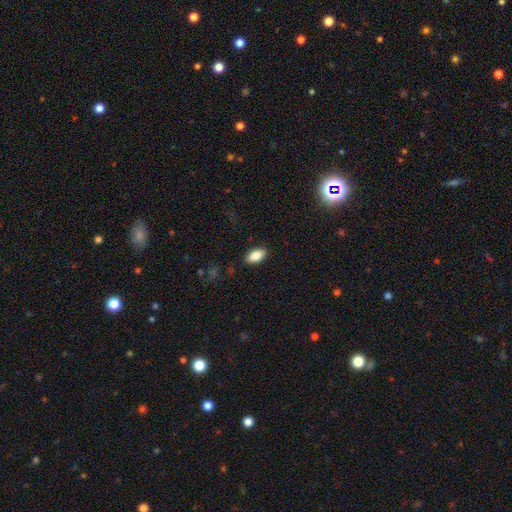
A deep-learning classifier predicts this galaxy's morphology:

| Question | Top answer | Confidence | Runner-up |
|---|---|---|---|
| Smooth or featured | smooth | 83% | featured or disk (10%) |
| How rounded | in between | 91% | cigar-shaped (5%) |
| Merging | none | 87% | minor disturbance (9%) |